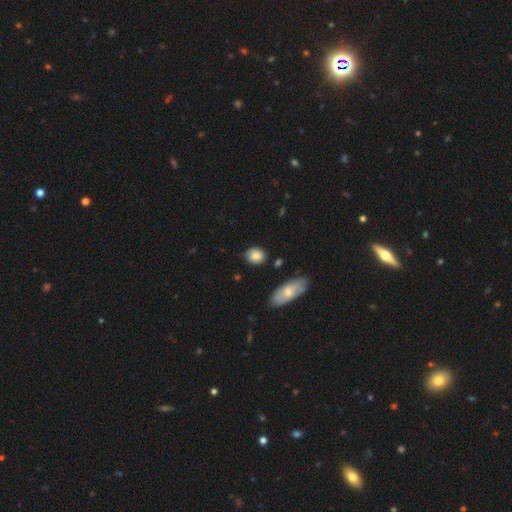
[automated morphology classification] A smooth galaxy with no disk features (83%) that is in between round and cigar-shaped (52%).

Vote fractions:
- Smooth or featured? smooth: 83% / featured or disk: 10% / star or artifact: 7%
- How rounded? in between: 52% / round: 46% / cigar-shaped: 2%
- Merging? none: 73% / minor disturbance: 19% / major disturbance: 4% / merger: 3%